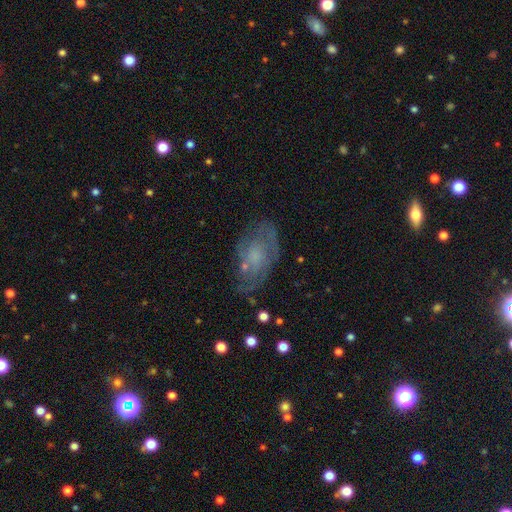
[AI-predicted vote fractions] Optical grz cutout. It shows a featured or disk galaxy (54%) with no bar (80%), spiral arms (57%) and a small central bulge (36%). Merging: none (58%).